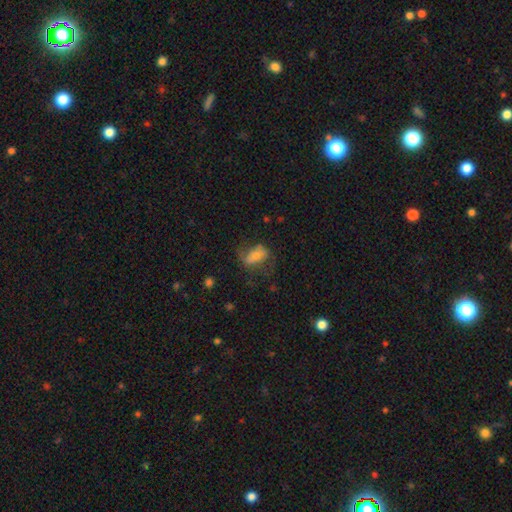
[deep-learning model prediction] Smooth or featured?
  - smooth: 49% *
  - featured or disk: 41%
  - star or artifact: 10%
Merging?
  - none: 53% *
  - minor disturbance: 23%
  - major disturbance: 22%
  - merger: 2%